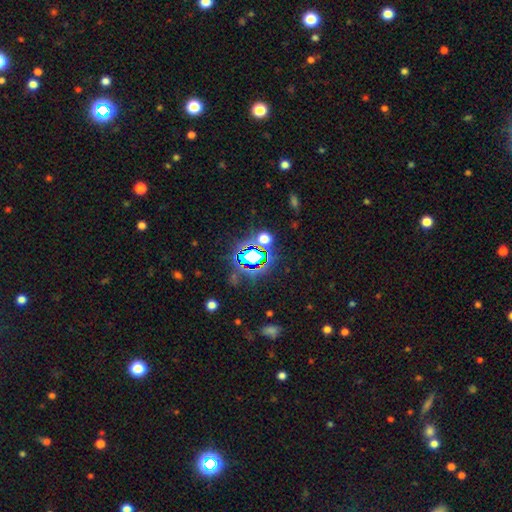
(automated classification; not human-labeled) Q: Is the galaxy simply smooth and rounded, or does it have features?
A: star or artifact — 76%.